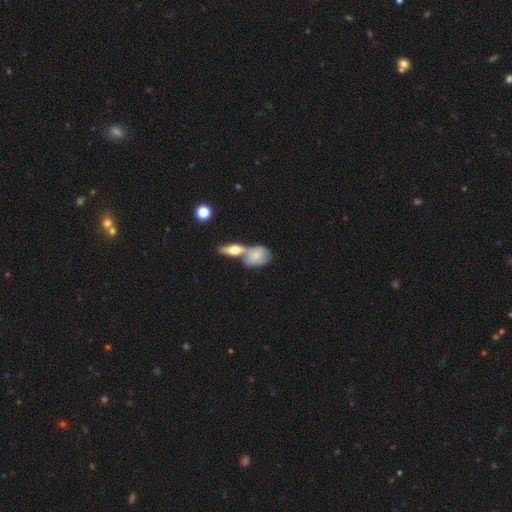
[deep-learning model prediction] Smooth or featured: smooth — 67% (featured or disk — 26%)
How rounded: in between — 74% (round — 20%)
Merging: merger — 53% (none — 32%)